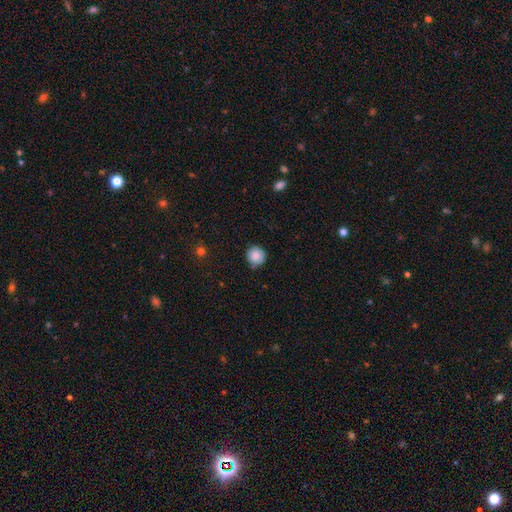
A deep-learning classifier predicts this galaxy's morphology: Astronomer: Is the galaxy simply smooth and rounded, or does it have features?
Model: smooth — 86%.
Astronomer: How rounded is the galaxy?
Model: round — 94%.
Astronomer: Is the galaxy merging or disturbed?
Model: none — 83%.